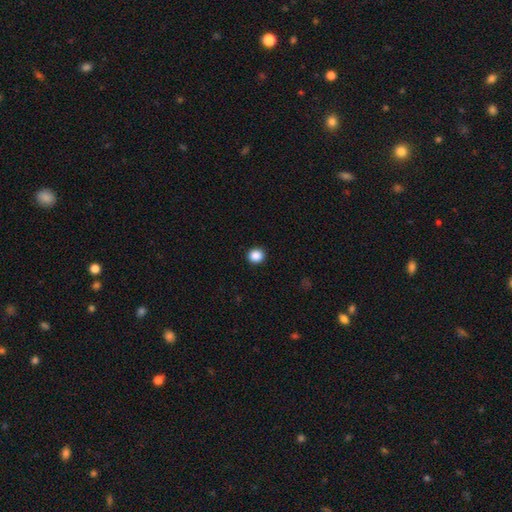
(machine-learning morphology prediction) Smooth or featured? smooth (88%)
How rounded? round (87%)
Merging? none (92%)